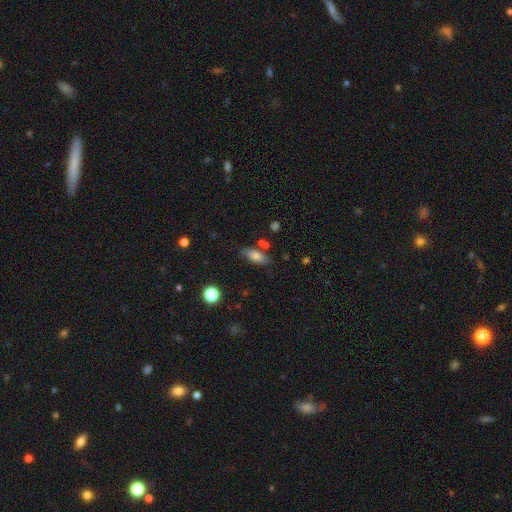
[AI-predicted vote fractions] The model was most divided on "merging": none: 68%, minor disturbance: 18%, merger: 9%, major disturbance: 5%. More confident: how rounded — in between (82%); smooth or featured — smooth (74%).